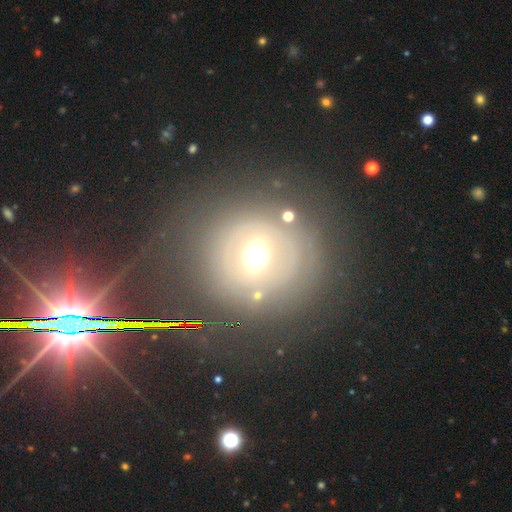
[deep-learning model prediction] A featured or disk galaxy (50%).

Vote fractions:
- Smooth or featured? featured or disk: 50% / smooth: 29% / star or artifact: 21%
- Merging? none: 75% / minor disturbance: 12% / major disturbance: 10% / merger: 3%